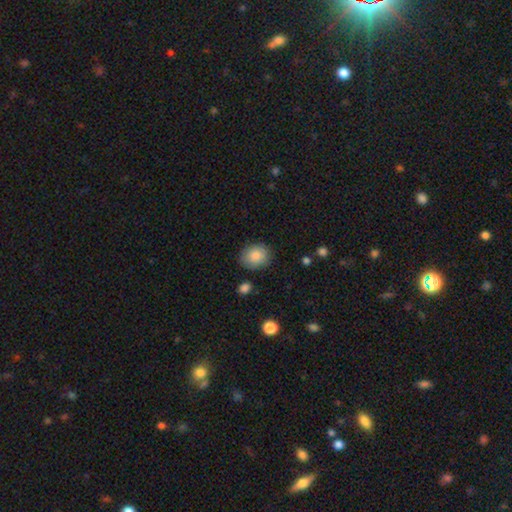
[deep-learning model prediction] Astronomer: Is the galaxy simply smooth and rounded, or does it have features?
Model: smooth — 86%.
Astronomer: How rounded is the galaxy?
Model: round — 55% (runner-up: in between, 44%).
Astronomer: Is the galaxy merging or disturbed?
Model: none — 83%.